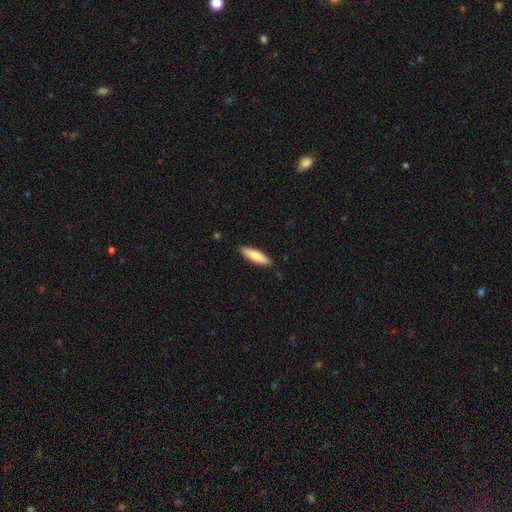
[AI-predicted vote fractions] Smooth or featured? Predicted: smooth (p=0.81). How rounded? Predicted: cigar-shaped (p=0.57). Merging? Predicted: none (p=0.87).